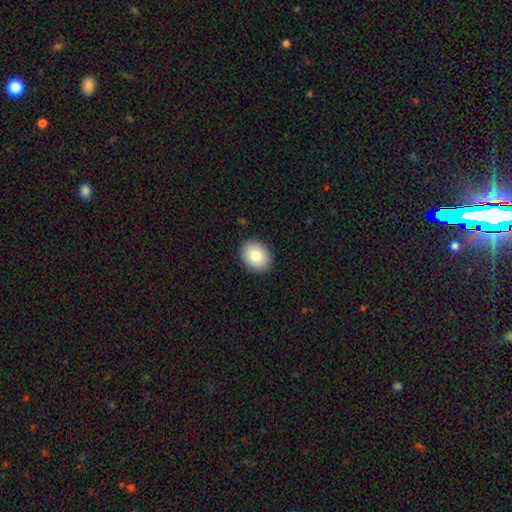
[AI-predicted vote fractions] smooth_or_featured: smooth (p=0.82) [alt: featured or disk p=0.10]
how_rounded: round (p=0.54) [alt: in between p=0.45]
merging: none (p=0.90) [alt: minor disturbance p=0.07]